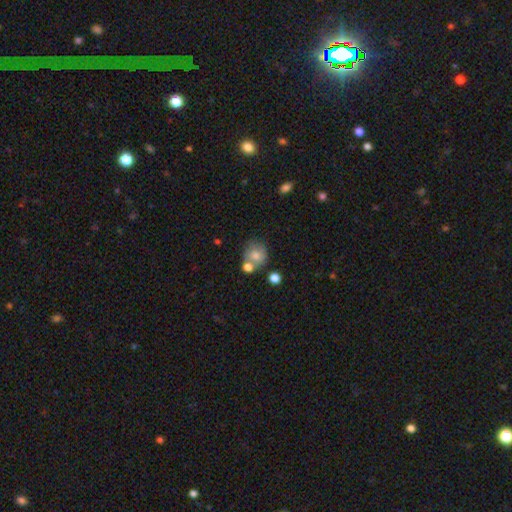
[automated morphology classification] smooth_or_featured: smooth (p=0.74) [alt: featured or disk p=0.17]
how_rounded: round (p=0.78) [alt: in between p=0.21]
merging: none (p=0.52) [alt: merger p=0.29]